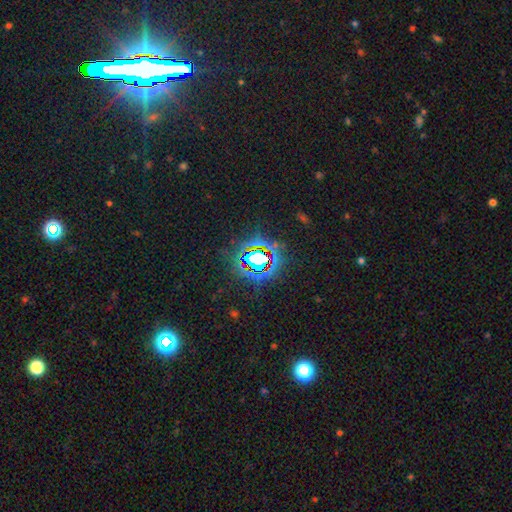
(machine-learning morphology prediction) Overall: star or artifact (77%).